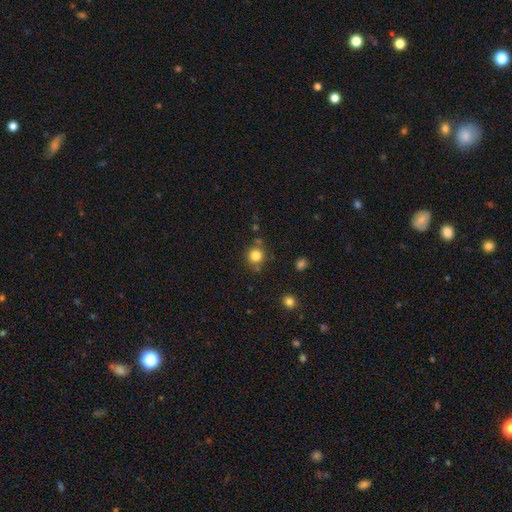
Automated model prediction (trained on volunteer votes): Smooth or featured? smooth (82%)
How rounded? round (90%)
Merging? none (75%)